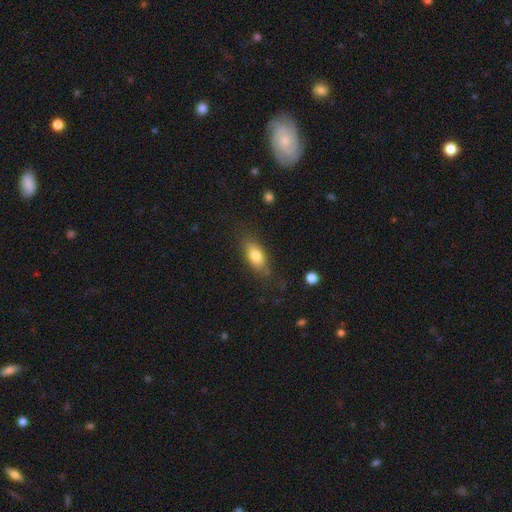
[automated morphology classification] smooth_or_featured: smooth (p=0.78) [alt: featured or disk p=0.15]
how_rounded: in between (p=0.84) [alt: cigar-shaped p=0.12]
merging: none (p=0.76) [alt: minor disturbance p=0.17]